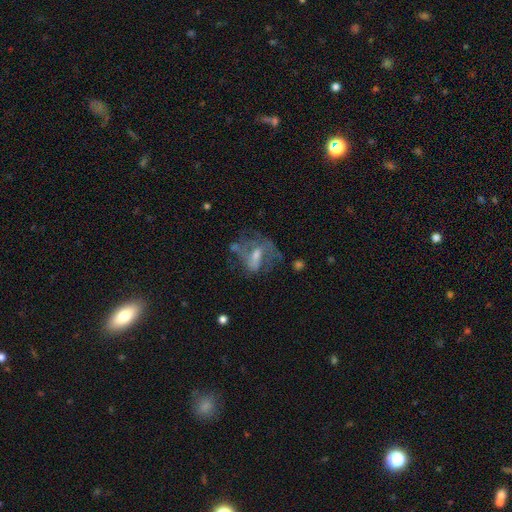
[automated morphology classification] The model was most divided on "spiral arms": no: 51%, yes: 49%. Remaining: edge-on disk — no (95%); smooth or featured — featured or disk (63%); bulge size — moderate (48%); bar — no (44%); merging — none (40%).